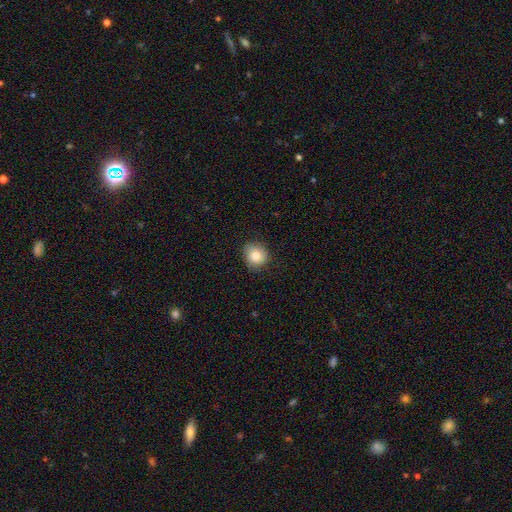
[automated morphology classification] Overall: smooth (84%). How rounded: round (78%). Merging: none (82%).